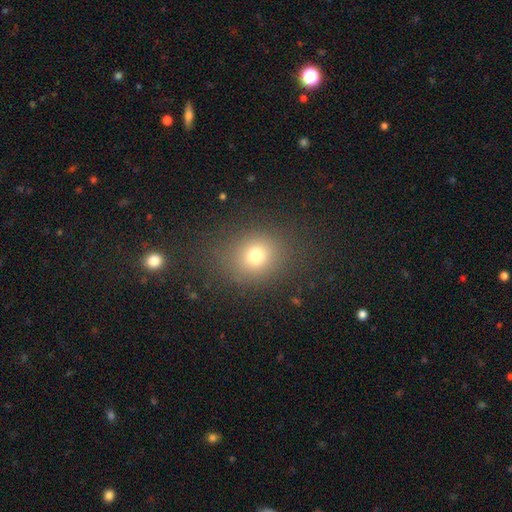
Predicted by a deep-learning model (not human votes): Morphology: type=smooth (73%); roundness=round (74%); merging=none (83%).